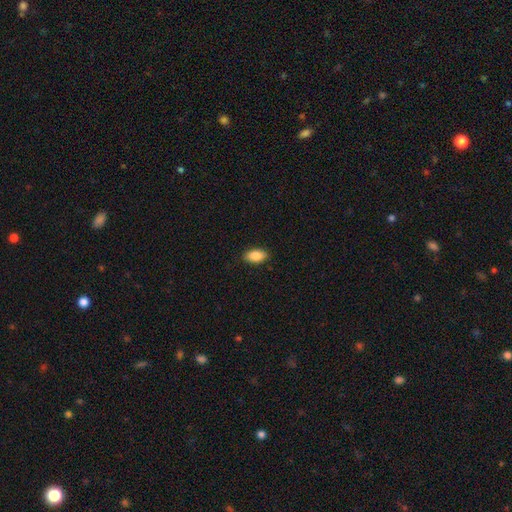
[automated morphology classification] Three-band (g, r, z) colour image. It shows a smooth galaxy with no disk features (87%) that is in between round and cigar-shaped (93%). Merging: none (89%).